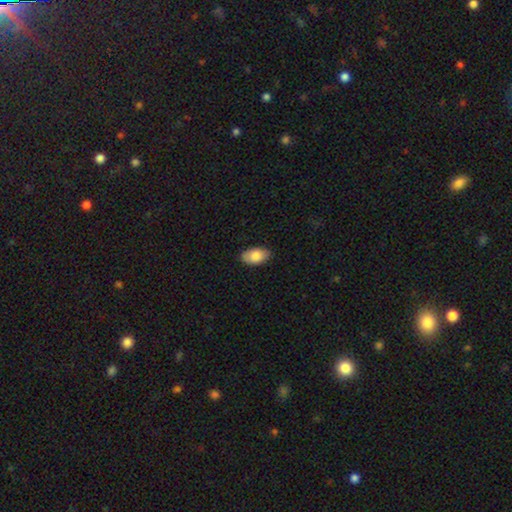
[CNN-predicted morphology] smooth-or-featured: smooth: 81% | featured or disk: 13% | star or artifact: 6%
  how-rounded: in between: 93% | round: 5% | cigar-shaped: 1%
  merging: none: 85% | minor disturbance: 12% | major disturbance: 2% | merger: 1%